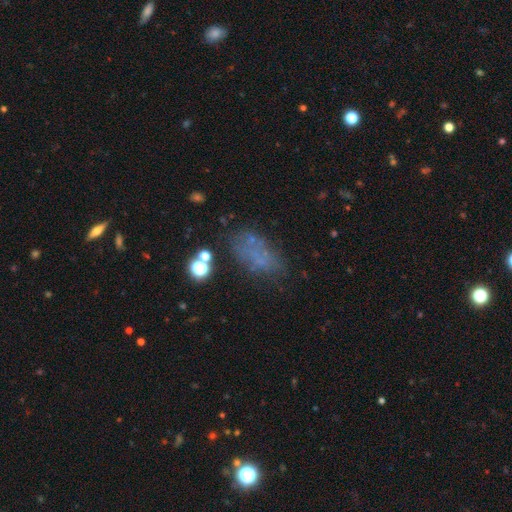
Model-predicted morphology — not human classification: Smooth or featured? smooth (46%)
Merging? none (53%)